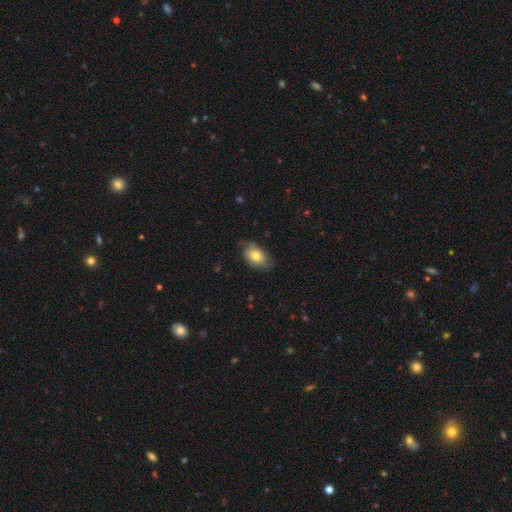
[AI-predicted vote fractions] smooth_or_featured: smooth (p=0.72) [alt: featured or disk p=0.21]
how_rounded: in between (p=0.85) [alt: round p=0.13]
merging: none (p=0.68) [alt: minor disturbance p=0.26]